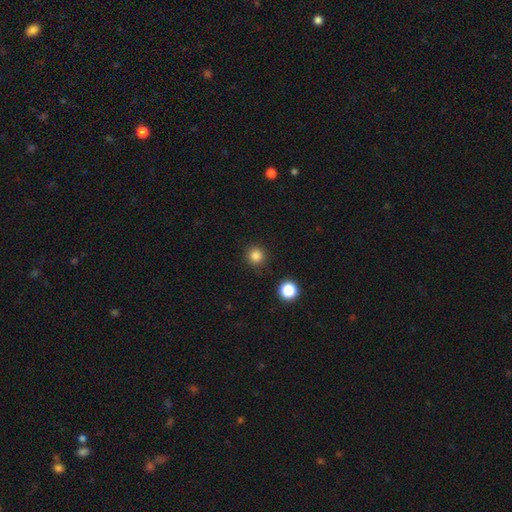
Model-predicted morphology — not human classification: smooth 83%, star or artifact 13%, featured or disk 4%. Down the decision tree: how rounded — round (95%); merging — none (90%).